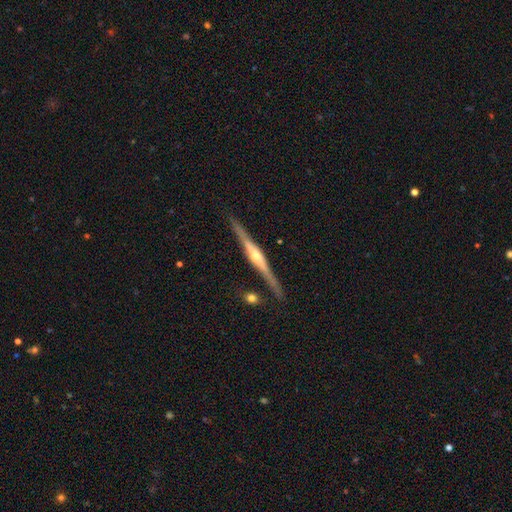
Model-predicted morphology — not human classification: Smooth or featured?
  - featured or disk: 83% *
  - smooth: 11%
  - star or artifact: 5%
Edge-on disk?
  - yes: 98% *
  - no: 2%
Edge-on bulge?
  - rounded: 85% *
  - boxy: 9%
  - none: 6%
Merging?
  - none: 88% *
  - minor disturbance: 8%
  - merger: 3%
  - major disturbance: 2%